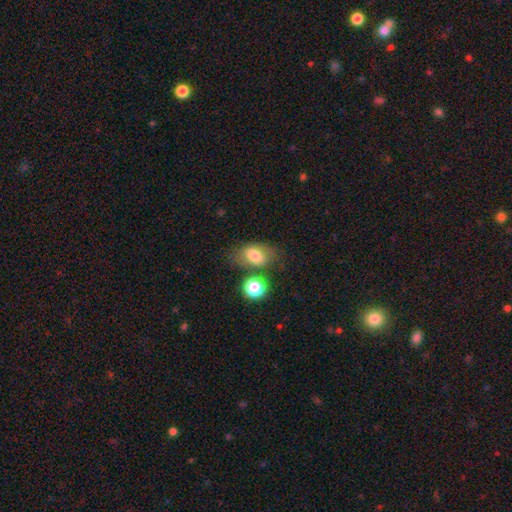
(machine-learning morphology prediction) A smooth galaxy with no disk features (72%) that is in between round and cigar-shaped (81%). Merging: none (64%).